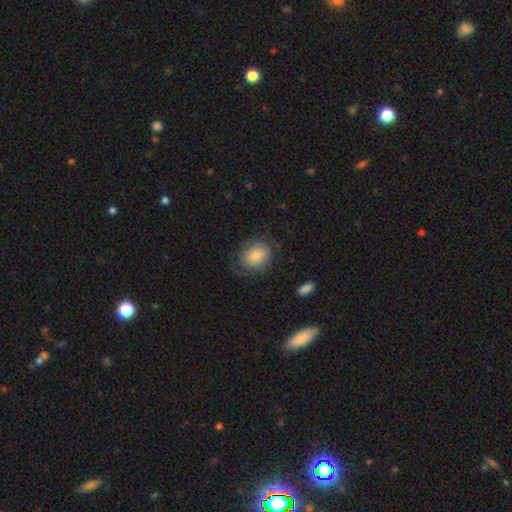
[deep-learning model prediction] smooth 58%, featured or disk 34%, star or artifact 8%. Down the decision tree: how rounded — round (54%); merging — none (63%).